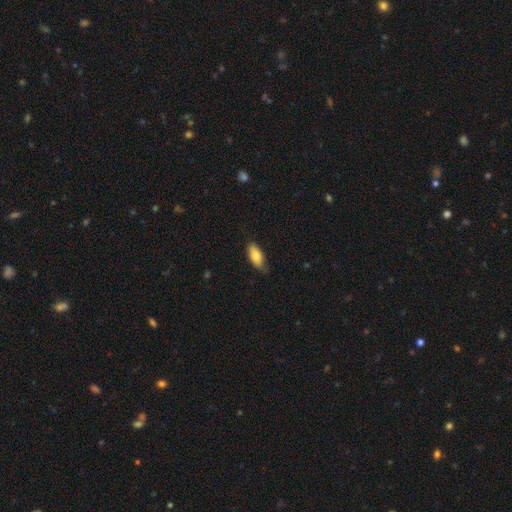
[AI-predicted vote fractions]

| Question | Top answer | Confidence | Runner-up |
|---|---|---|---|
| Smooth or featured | smooth | 78% | featured or disk (15%) |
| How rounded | in between | 84% | cigar-shaped (14%) |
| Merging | none | 74% | minor disturbance (22%) |